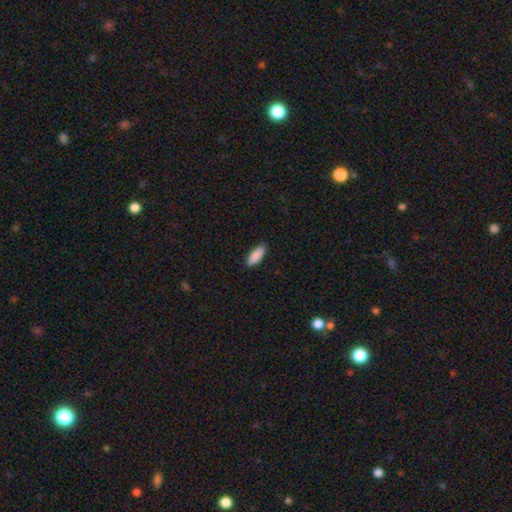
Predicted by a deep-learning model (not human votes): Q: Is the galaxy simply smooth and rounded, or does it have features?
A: smooth — 90%.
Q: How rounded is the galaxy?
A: in between — 80%.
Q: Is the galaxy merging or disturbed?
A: none — 89%.